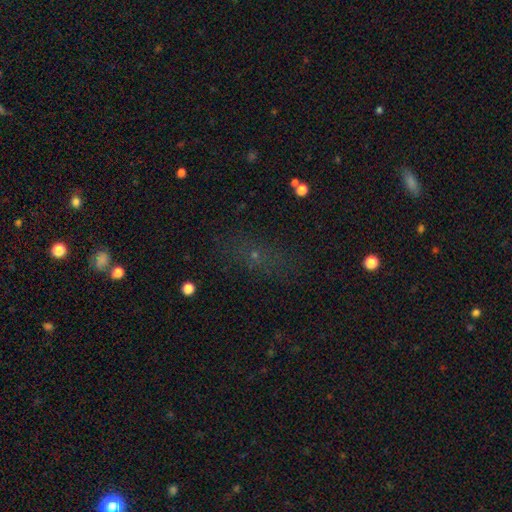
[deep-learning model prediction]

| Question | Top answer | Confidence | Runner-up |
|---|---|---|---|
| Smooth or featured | star or artifact | 41% | smooth (40%) |